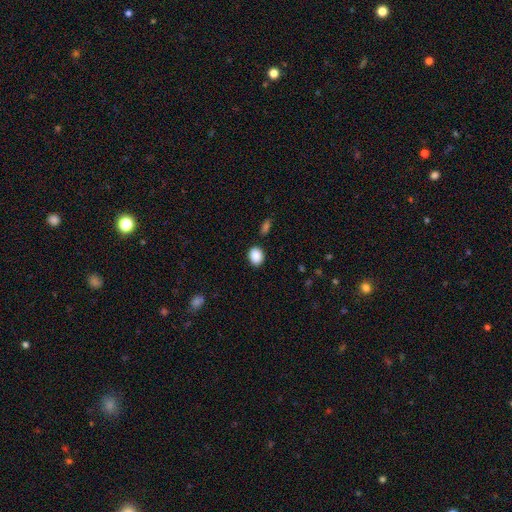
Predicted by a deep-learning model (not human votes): Smooth or featured? smooth (89%)
How rounded? in between (52%)
Merging? none (86%)